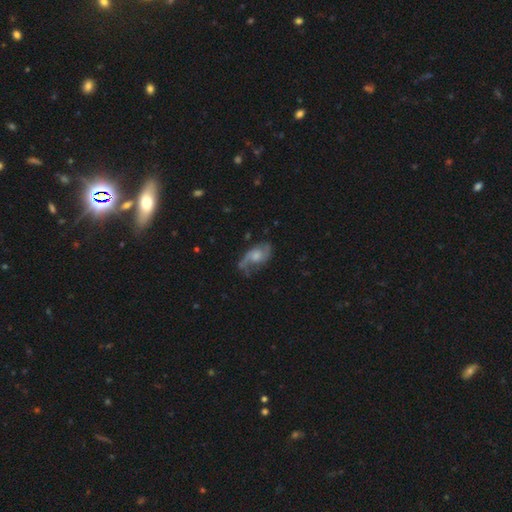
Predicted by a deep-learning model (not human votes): smooth_or_featured: featured or disk (p=0.68) [alt: smooth p=0.25]
disk_edge_on: no (p=0.95) [alt: yes p=0.05]
bar: no (p=0.67) [alt: weak p=0.29]
has_spiral_arms: yes (p=0.88) [alt: no p=0.12]
spiral_winding: loose (p=0.54) [alt: medium p=0.34]
spiral_arm_count: 2 (p=0.70) [alt: 1 p=0.20]
bulge_size: moderate (p=0.42) [alt: small p=0.30]
merging: none (p=0.46) [alt: minor disturbance p=0.27]